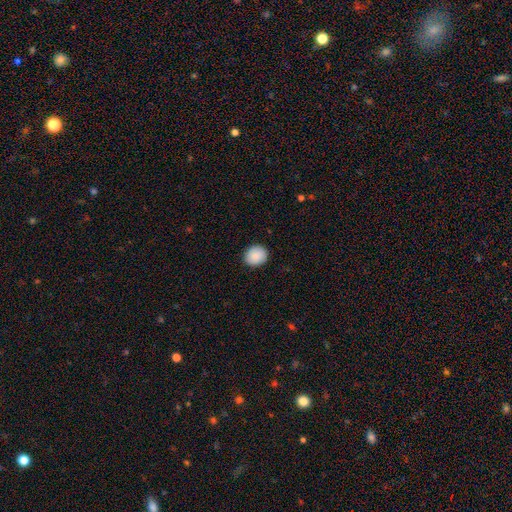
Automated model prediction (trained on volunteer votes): This appears to be a smooth galaxy with no disk features (90%) that is round (72%). Merging: none (90%).